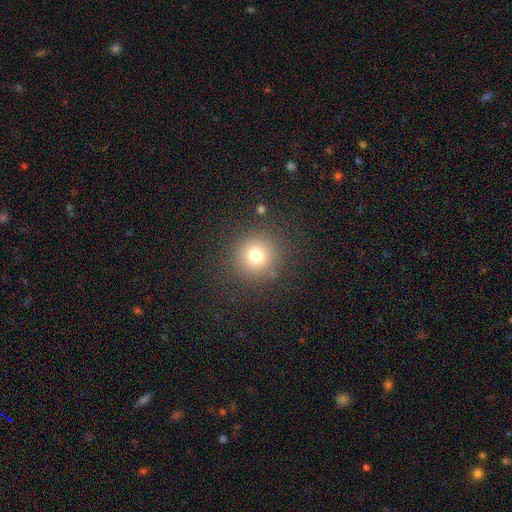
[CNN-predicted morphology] Smooth or featured? smooth (74%)
How rounded? round (94%)
Merging? none (87%)